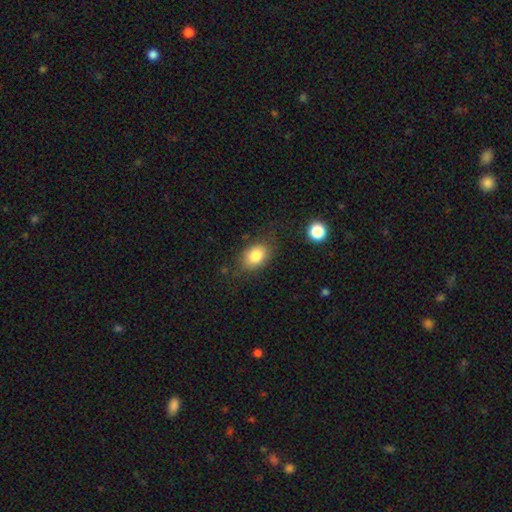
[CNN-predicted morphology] This appears to be a smooth galaxy with no disk features (82%) that is in between round and cigar-shaped (75%). Merging: none (73%).